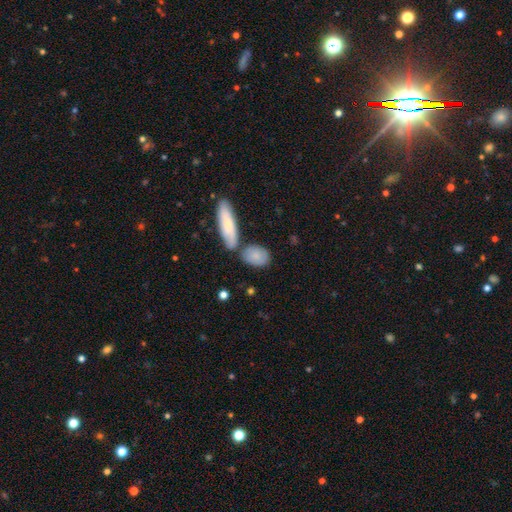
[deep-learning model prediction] The model was most divided on "merging": none: 62%, merger: 18%, minor disturbance: 15%, major disturbance: 4%. More confident: how rounded — in between (80%); smooth or featured — smooth (80%).